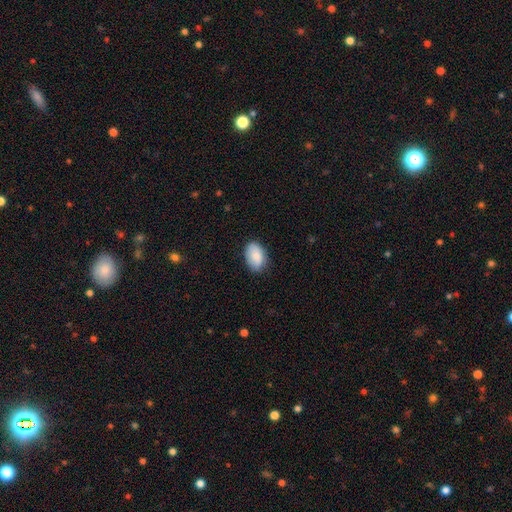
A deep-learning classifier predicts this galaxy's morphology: Overall: smooth (86%). How rounded: in between (89%). Merging: none (78%).